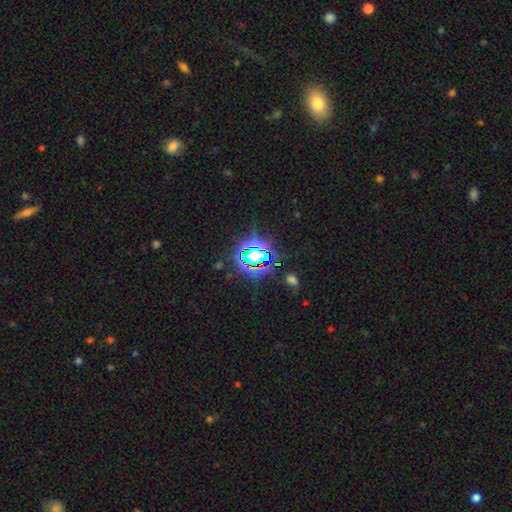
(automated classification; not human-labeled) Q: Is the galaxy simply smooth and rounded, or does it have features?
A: star or artifact — 75%.